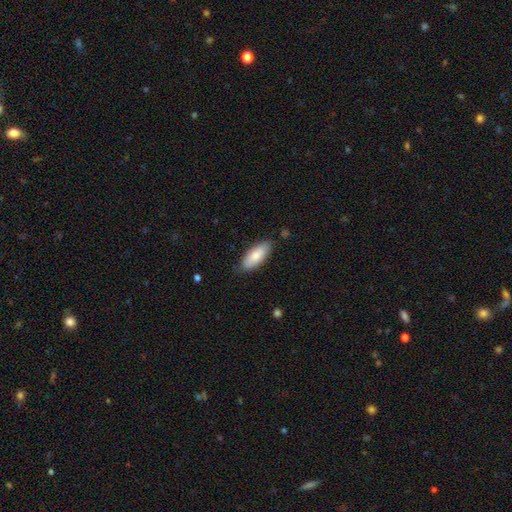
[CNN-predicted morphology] smooth 79%, featured or disk 15%, star or artifact 6%. Down the decision tree: how rounded — in between (79%); merging — none (80%).